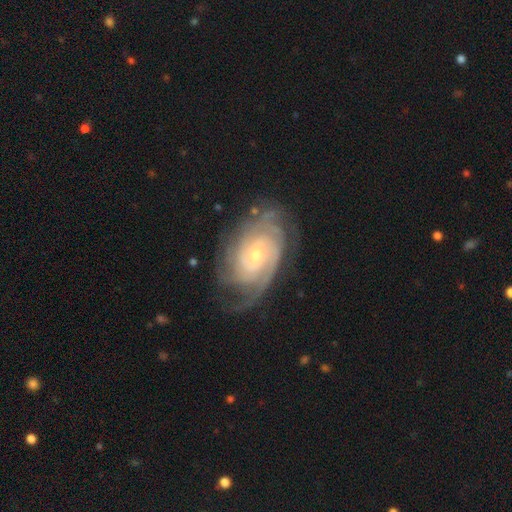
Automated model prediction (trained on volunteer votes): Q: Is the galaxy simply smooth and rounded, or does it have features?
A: featured or disk — 89%.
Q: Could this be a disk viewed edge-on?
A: no — 96%.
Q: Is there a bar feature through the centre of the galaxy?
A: no — 55%.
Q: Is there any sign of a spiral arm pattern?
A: yes — 98%.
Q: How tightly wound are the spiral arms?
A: tight — 73%.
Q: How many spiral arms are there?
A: can't tell — 27%.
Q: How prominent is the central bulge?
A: small — 65%.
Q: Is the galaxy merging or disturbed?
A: none — 73%.